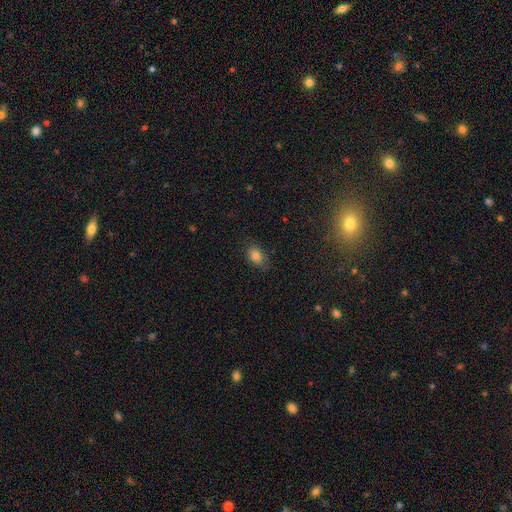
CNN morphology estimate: Q: Smooth or featured?
A: smooth (82%); runner-up: star or artifact (11%)
Q: How rounded?
A: in between (76%); runner-up: round (22%)
Q: Merging?
A: none (79%); runner-up: minor disturbance (16%)